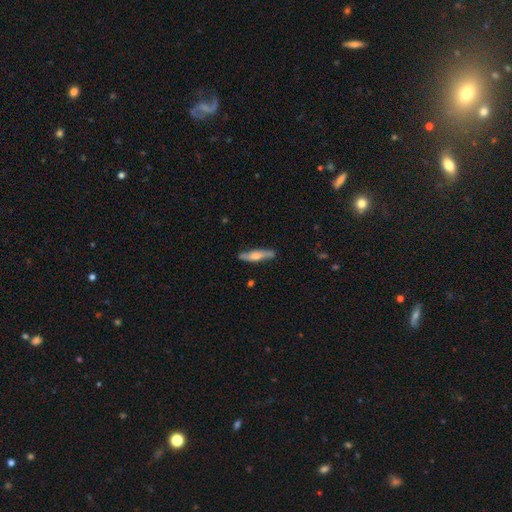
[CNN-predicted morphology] Smooth or featured? featured or disk (49%)
Merging? none (85%)